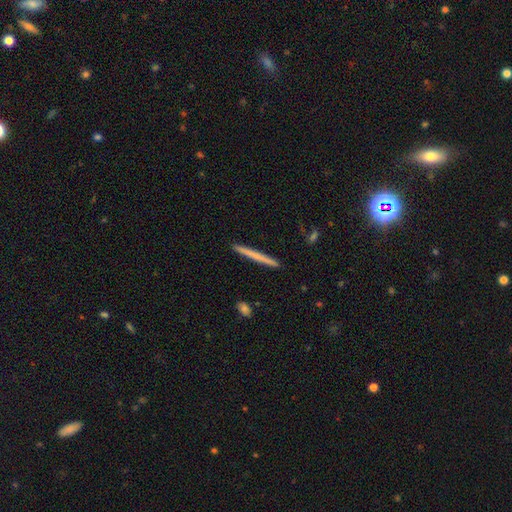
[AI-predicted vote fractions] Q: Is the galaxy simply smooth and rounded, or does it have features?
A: smooth — 61%.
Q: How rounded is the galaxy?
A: cigar-shaped — 97%.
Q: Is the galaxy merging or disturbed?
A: none — 92%.